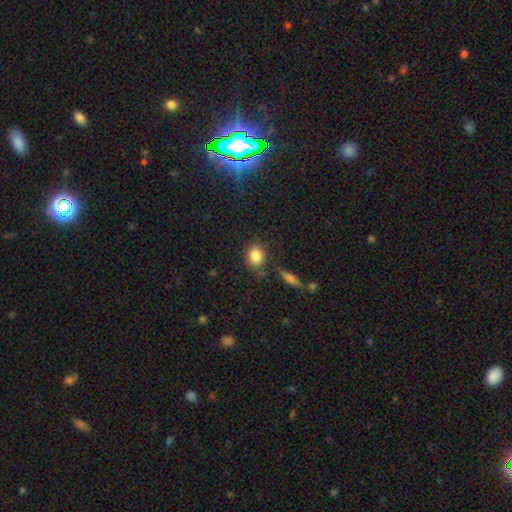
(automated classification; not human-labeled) Q: Smooth or featured?
A: smooth (84%); runner-up: star or artifact (9%)
Q: How rounded?
A: round (67%); runner-up: in between (31%)
Q: Merging?
A: none (79%); runner-up: minor disturbance (12%)